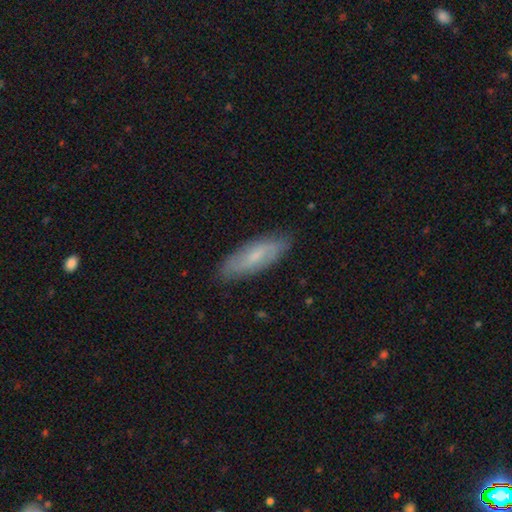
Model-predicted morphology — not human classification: A smooth galaxy with no disk features (48%).

Vote fractions:
- Smooth or featured? smooth: 48% / featured or disk: 45% / star or artifact: 7%
- Merging? none: 83% / minor disturbance: 13% / major disturbance: 2% / merger: 1%